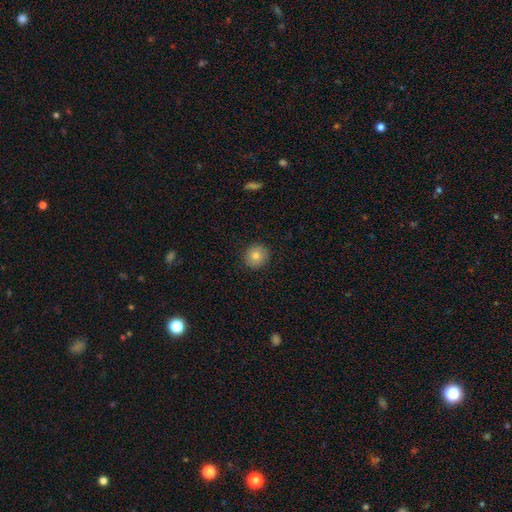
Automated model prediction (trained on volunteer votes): This appears to be a smooth galaxy with no disk features (79%) that is round (87%). Merging: none (89%).